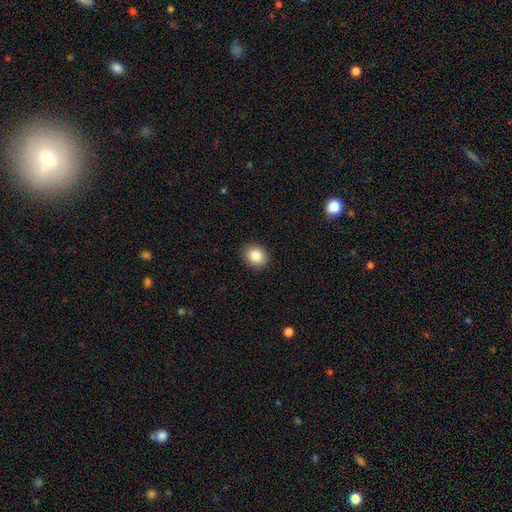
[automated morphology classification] This appears to be a smooth galaxy with no disk features (86%) that is round (56%). Merging: none (90%).